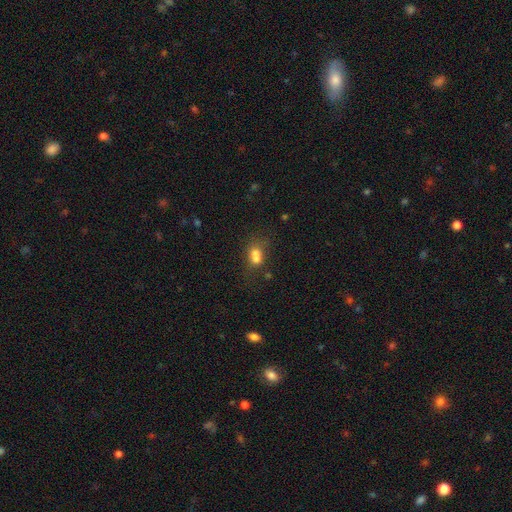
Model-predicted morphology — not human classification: Smooth or featured? smooth (69%)
How rounded? in between (52%)
Merging? merger (55%)